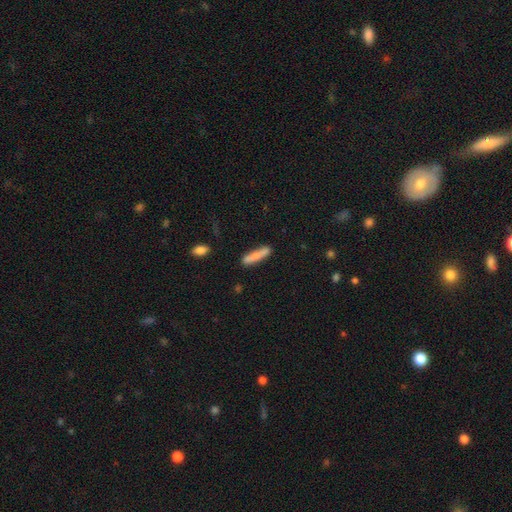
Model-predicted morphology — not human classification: This appears to be a smooth galaxy with no disk features (76%) that is cigar-shaped (87%). Merging: none (79%).